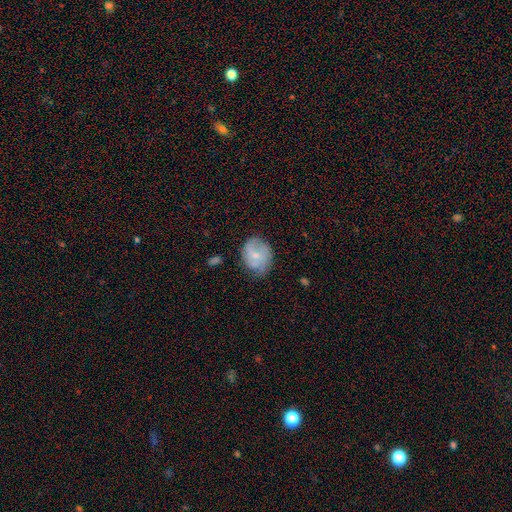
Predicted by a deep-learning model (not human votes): smooth-or-featured: smooth: 47% | featured or disk: 46% | star or artifact: 7%
  merging: none: 61% | minor disturbance: 28% | major disturbance: 9% | merger: 2%